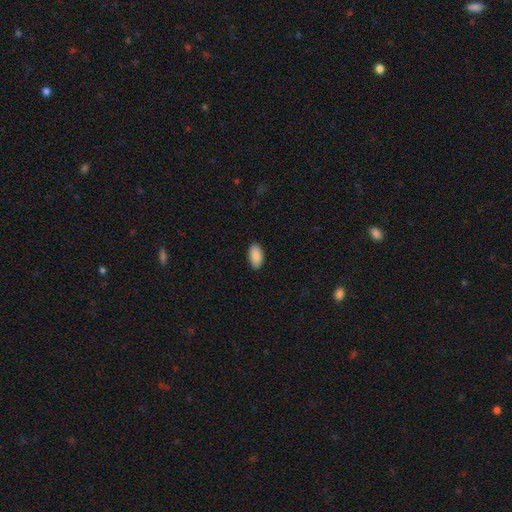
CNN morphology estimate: Q: Smooth or featured?
A: smooth (90%); runner-up: star or artifact (6%)
Q: How rounded?
A: in between (95%); runner-up: cigar-shaped (3%)
Q: Merging?
A: none (89%); runner-up: minor disturbance (8%)